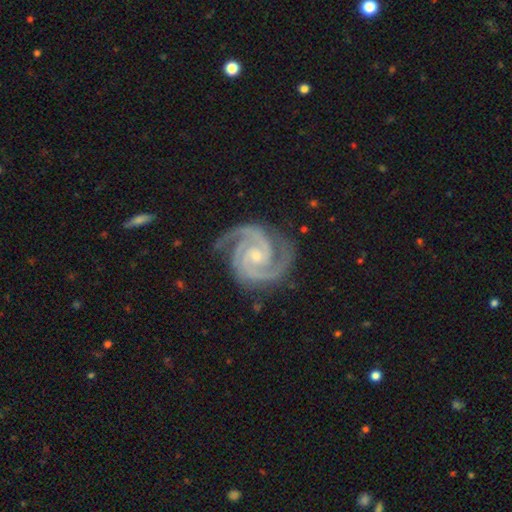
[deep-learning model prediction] smooth-or-featured: featured or disk: 95% | star or artifact: 3% | smooth: 2%
  disk-edge-on: no: 98% | yes: 2%
    bar: no: 61% | weak: 28% | strong: 11%
    has-spiral-arms: yes: 99% | no: 1%
      spiral-winding: tight: 67% | medium: 30% | loose: 2%
      spiral-arm-count: 2: 62% | 3: 27% | 4: 3% | can't tell: 3% | more than 4: 2% | 1: 2%
    bulge-size: small: 65% | moderate: 31% | none: 2% | large: 1% | dominant: 1%
  merging: none: 80% | minor disturbance: 15% | major disturbance: 4% | merger: 1%